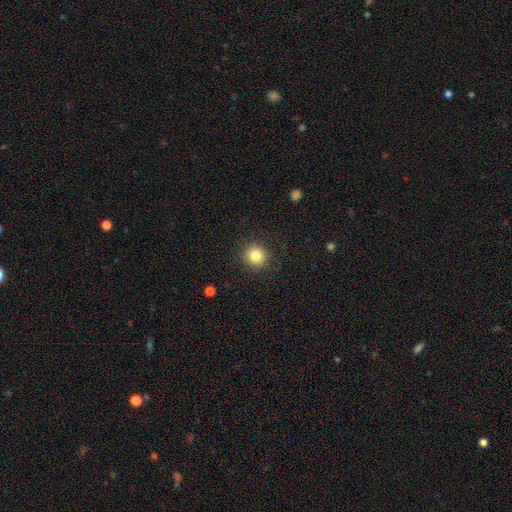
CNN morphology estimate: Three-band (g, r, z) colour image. It shows a smooth galaxy with no disk features (82%) that is round (93%). Merging: none (90%).